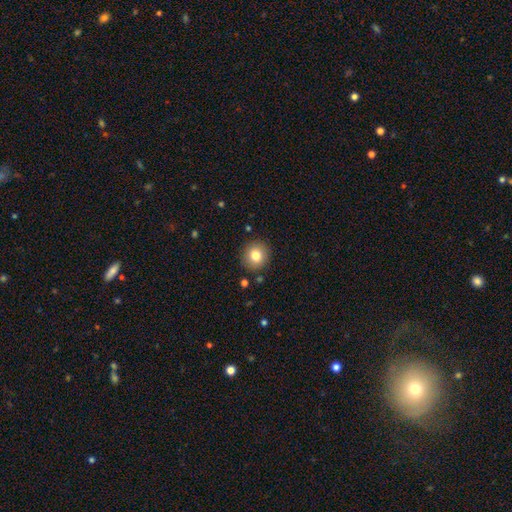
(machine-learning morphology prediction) A smooth galaxy with no disk features (80%) that is round (89%). Merging: none (89%).